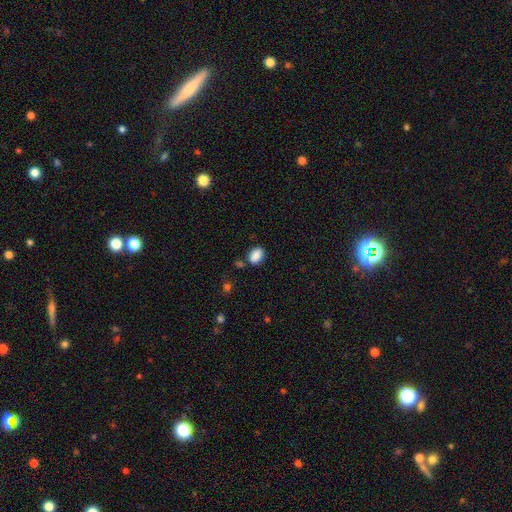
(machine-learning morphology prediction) This is clearly a smooth galaxy (88%). How rounded: likely in between (79%). Merging: likely none (75%).